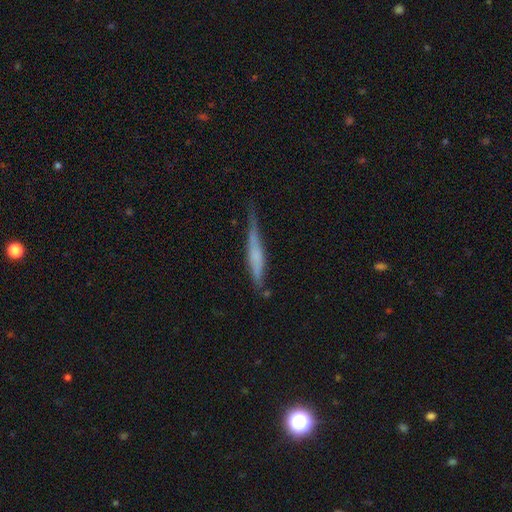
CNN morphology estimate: Smooth or featured: featured or disk — 49% (smooth — 44%)
Merging: none — 62% (minor disturbance — 28%)